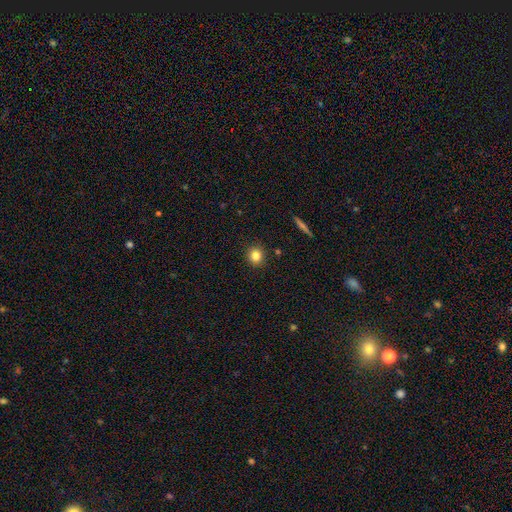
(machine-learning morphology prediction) Smooth or featured: smooth — 83% (star or artifact — 11%)
How rounded: round — 89% (in between — 10%)
Merging: none — 91% (minor disturbance — 6%)